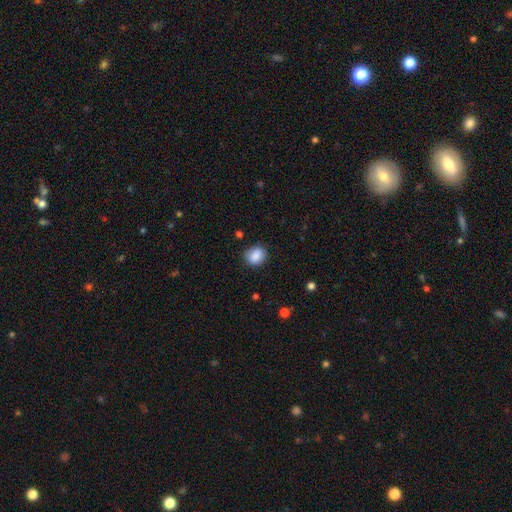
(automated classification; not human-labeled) Smooth or featured? Predicted: smooth (p=0.86). How rounded? Predicted: round (p=0.69). Merging? Predicted: none (p=0.80).